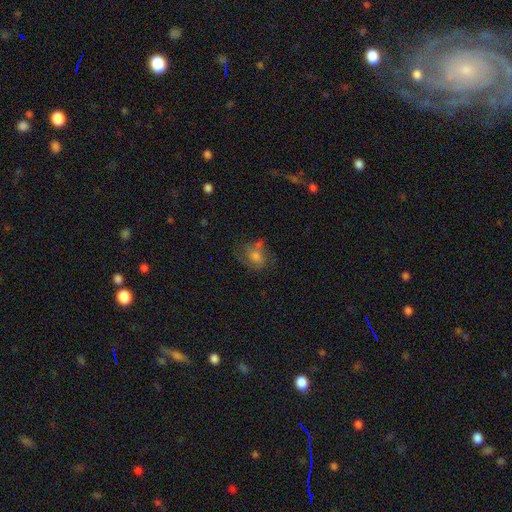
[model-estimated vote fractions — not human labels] Smooth or featured?
  - smooth: 53% *
  - featured or disk: 29%
  - star or artifact: 18%
How rounded?
  - in between: 50% *
  - round: 48%
  - cigar-shaped: 2%
Merging?
  - none: 55% *
  - minor disturbance: 21%
  - major disturbance: 12%
  - merger: 11%